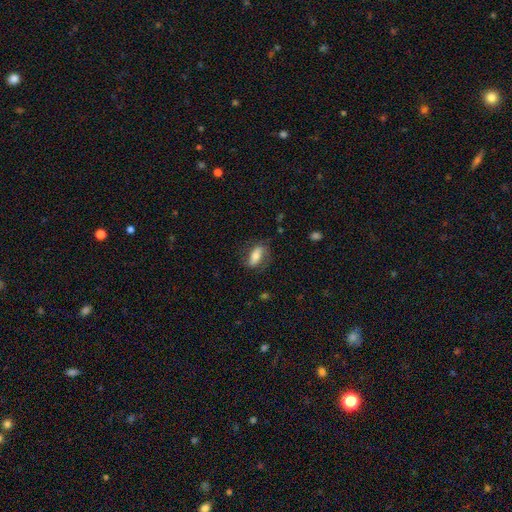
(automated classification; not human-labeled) Smooth or featured: smooth — 58% (featured or disk — 35%)
How rounded: in between — 81% (cigar-shaped — 14%)
Merging: none — 67% (minor disturbance — 21%)